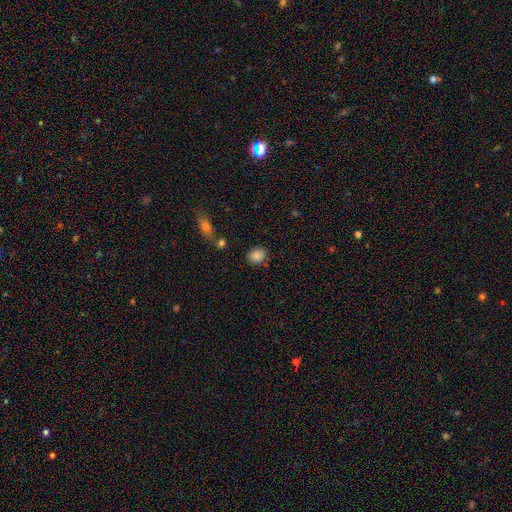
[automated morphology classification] This appears to be a smooth galaxy with no disk features (86%) that is round (55%). Merging: none (80%).